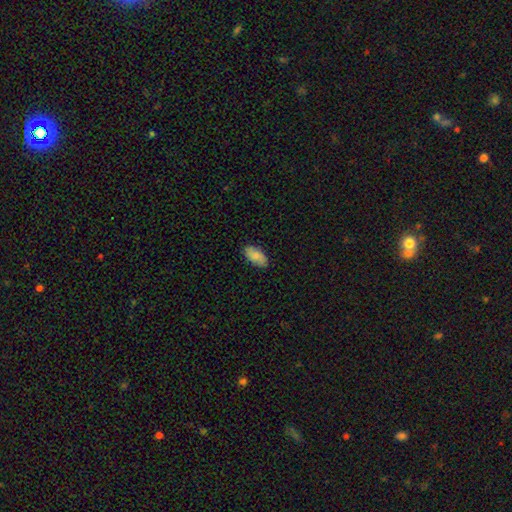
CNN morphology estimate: A smooth galaxy with no disk features (83%) that is in between round and cigar-shaped (93%).

Vote fractions:
- Smooth or featured? smooth: 83% / featured or disk: 10% / star or artifact: 6%
- How rounded? in between: 93% / cigar-shaped: 4% / round: 2%
- Merging? none: 86% / minor disturbance: 11% / major disturbance: 2% / merger: 1%